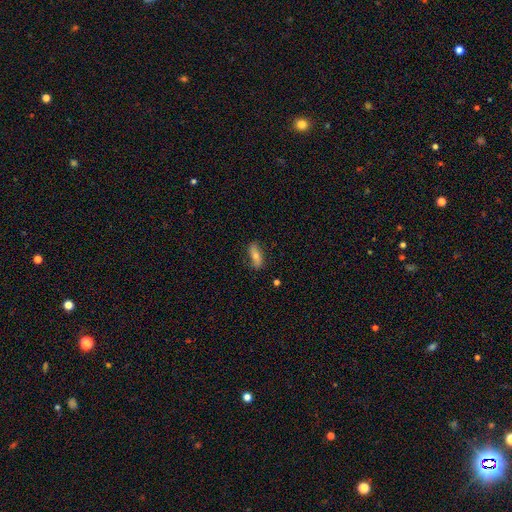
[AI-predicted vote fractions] Q: Smooth or featured?
A: smooth (55%); runner-up: featured or disk (36%)
Q: How rounded?
A: in between (65%); runner-up: cigar-shaped (32%)
Q: Merging?
A: none (80%); runner-up: minor disturbance (15%)